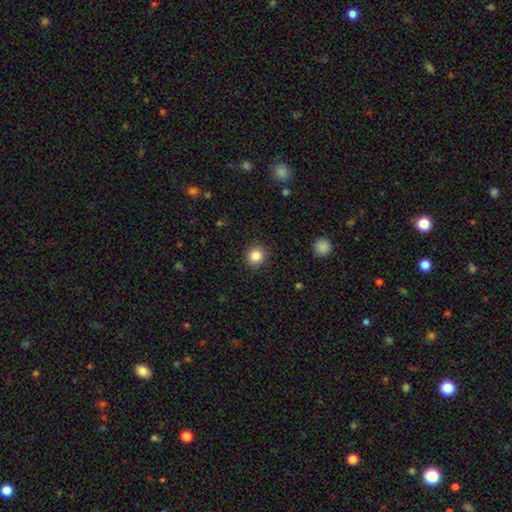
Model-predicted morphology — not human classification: smooth 85%, star or artifact 11%, featured or disk 5%. Down the decision tree: how rounded — round (86%); merging — none (90%).